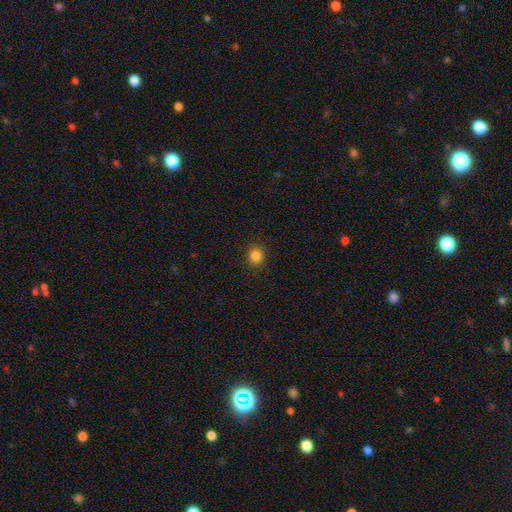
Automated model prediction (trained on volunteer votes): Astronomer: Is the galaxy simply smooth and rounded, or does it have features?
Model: smooth — 84%.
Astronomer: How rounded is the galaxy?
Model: round — 85%.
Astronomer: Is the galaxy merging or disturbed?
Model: none — 91%.